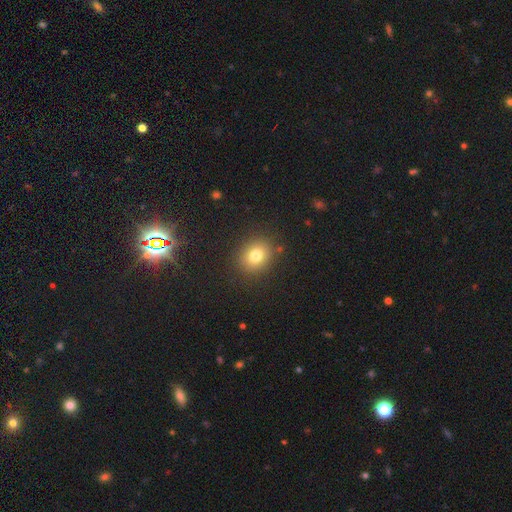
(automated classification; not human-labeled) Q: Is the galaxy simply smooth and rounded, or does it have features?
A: smooth — 78%.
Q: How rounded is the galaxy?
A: round — 67%.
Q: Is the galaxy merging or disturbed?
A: none — 87%.